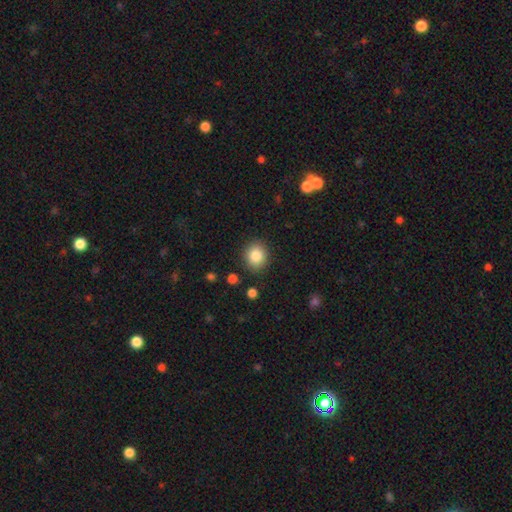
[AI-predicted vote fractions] Morphology: type=smooth (85%); roundness=round (77%); merging=none (88%).